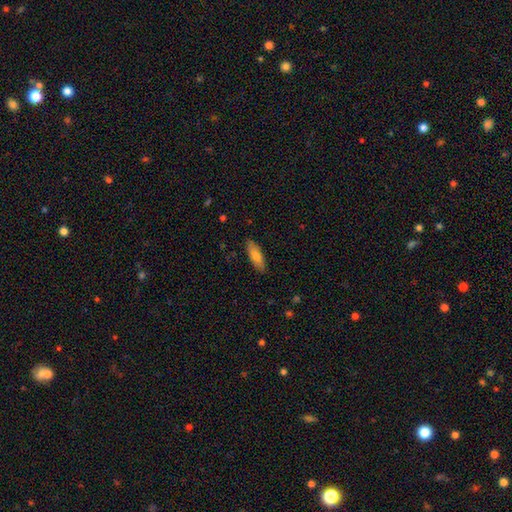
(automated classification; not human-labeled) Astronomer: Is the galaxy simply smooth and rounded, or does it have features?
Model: smooth — 73%.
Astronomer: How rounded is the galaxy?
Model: in between — 51% (runner-up: cigar-shaped, 48%).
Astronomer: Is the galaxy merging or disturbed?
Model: none — 87%.